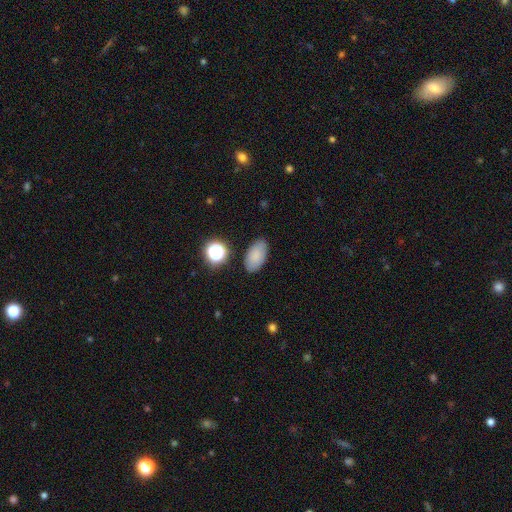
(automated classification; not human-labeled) A smooth galaxy with no disk features (82%) that is in between round and cigar-shaped (93%). Merging: none (84%).